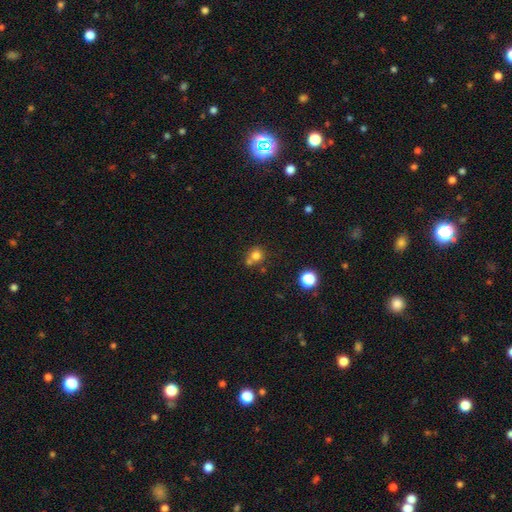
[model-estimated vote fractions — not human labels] This is likely a smooth galaxy (75%). How rounded: clearly round (85%). Merging: possibly none (55%).